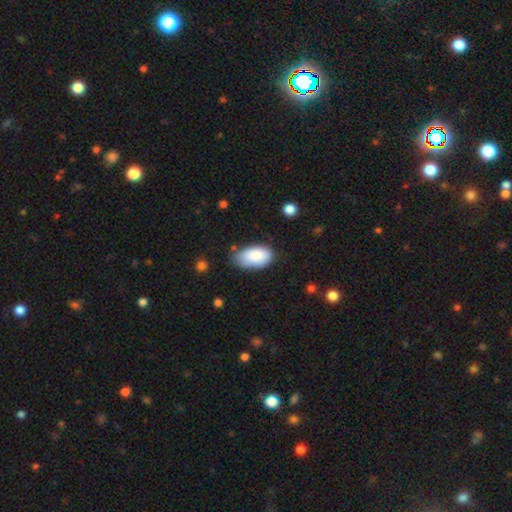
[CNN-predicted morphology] type=smooth (86%); roundness=in between (95%); merging=none (69%).